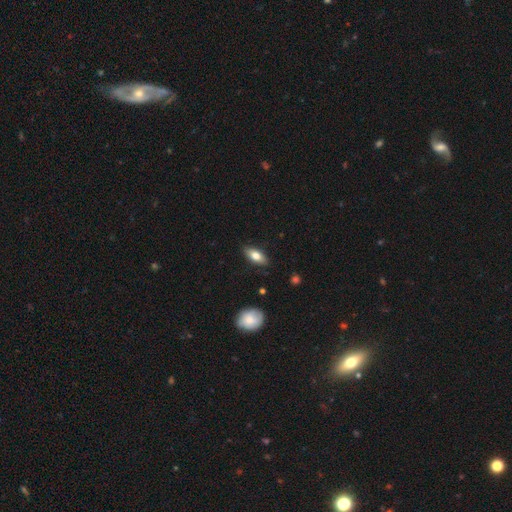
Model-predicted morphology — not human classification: A smooth galaxy with no disk features (74%) that is in between round and cigar-shaped (83%).

Vote fractions:
- Smooth or featured? smooth: 74% / featured or disk: 19% / star or artifact: 6%
- How rounded? in between: 83% / cigar-shaped: 13% / round: 3%
- Merging? none: 86% / minor disturbance: 11% / major disturbance: 2% / merger: 1%